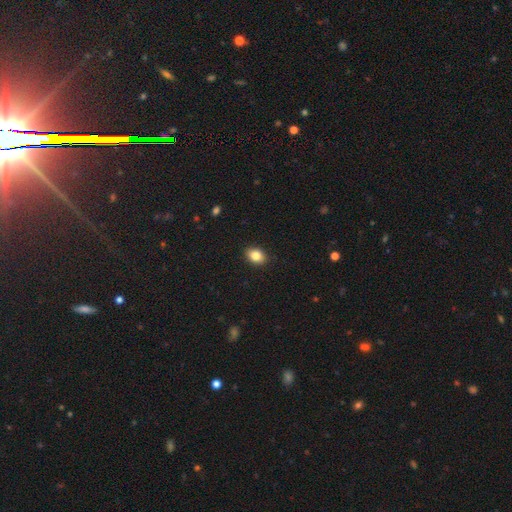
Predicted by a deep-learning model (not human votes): Smooth or featured? smooth (84%)
How rounded? in between (72%)
Merging? none (90%)